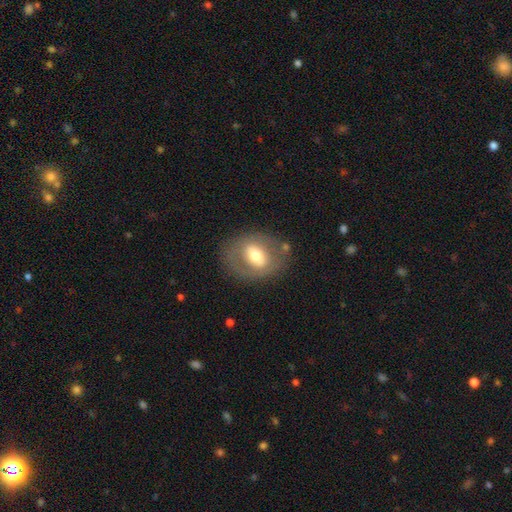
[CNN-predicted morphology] This is possibly a smooth galaxy (47%). Merging: likely none (73%).